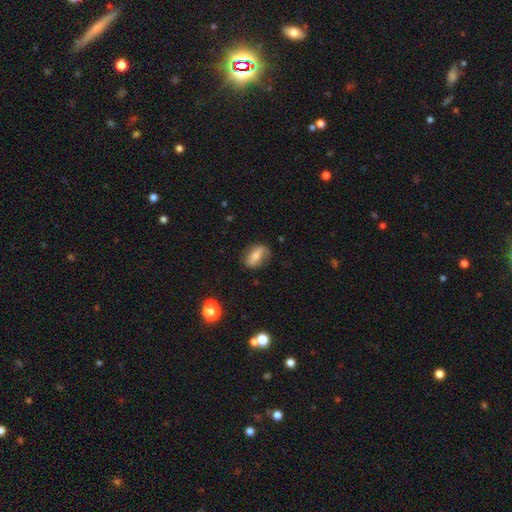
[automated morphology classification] Smooth or featured?
  - smooth: 53% *
  - featured or disk: 38%
  - star or artifact: 9%
How rounded?
  - in between: 75% *
  - round: 14%
  - cigar-shaped: 11%
Merging?
  - none: 74% *
  - minor disturbance: 18%
  - major disturbance: 6%
  - merger: 2%